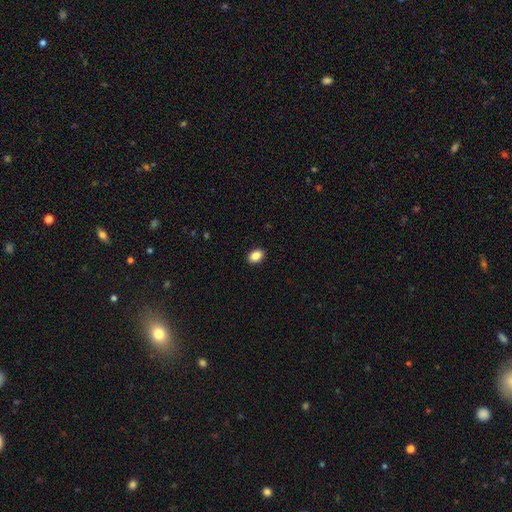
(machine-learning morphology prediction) Q: Smooth or featured?
A: smooth (87%); runner-up: star or artifact (9%)
Q: How rounded?
A: in between (75%); runner-up: round (23%)
Q: Merging?
A: none (91%); runner-up: minor disturbance (6%)